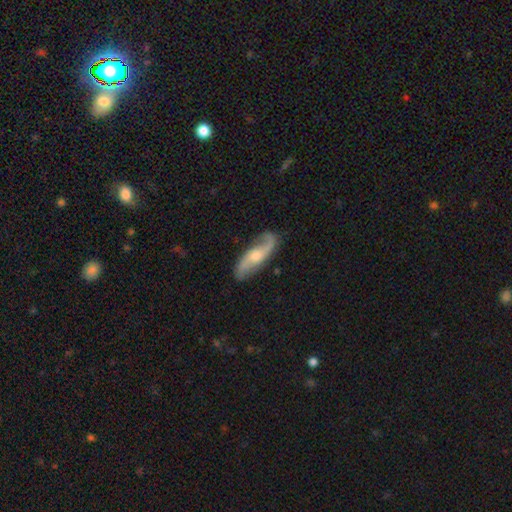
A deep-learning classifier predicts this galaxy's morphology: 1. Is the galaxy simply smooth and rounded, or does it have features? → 79% featured or disk, 16% smooth, 5% star or artifact.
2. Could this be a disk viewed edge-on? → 88% no, 12% yes.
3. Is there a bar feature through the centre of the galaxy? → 55% no, 36% weak, 9% strong.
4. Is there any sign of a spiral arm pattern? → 95% yes, 5% no.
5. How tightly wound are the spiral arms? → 58% loose, 32% medium, 9% tight.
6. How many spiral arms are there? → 91% 2, 4% can't tell, 3% 1, 1% 3, 1% 4, 1% more than 4.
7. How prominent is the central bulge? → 59% moderate, 27% small, 8% large, 4% none, 1% dominant.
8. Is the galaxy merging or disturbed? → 81% none, 14% minor disturbance, 4% major disturbance, 2% merger.